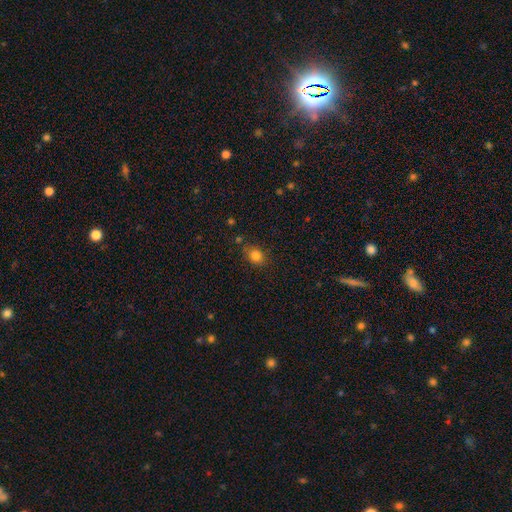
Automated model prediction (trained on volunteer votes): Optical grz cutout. It shows a smooth galaxy with no disk features (82%) that is round (60%). Merging: none (74%).